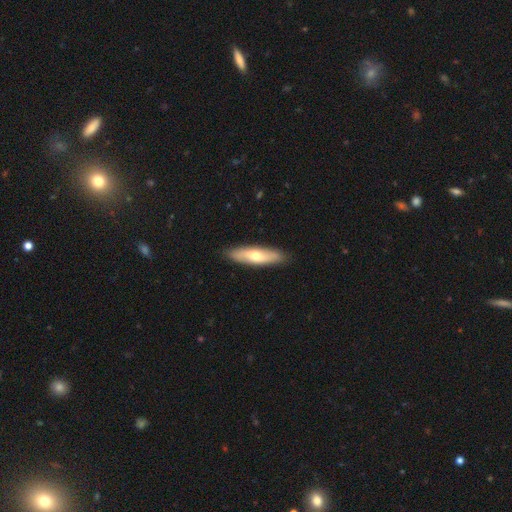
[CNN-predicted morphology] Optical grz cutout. It shows a smooth galaxy with no disk features (53%) that is cigar-shaped (62%). Merging: none (89%).